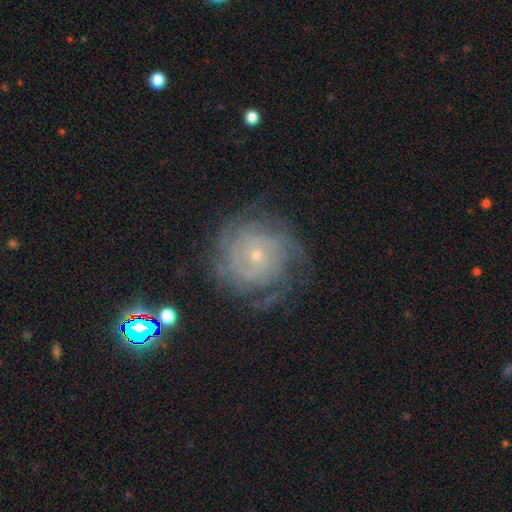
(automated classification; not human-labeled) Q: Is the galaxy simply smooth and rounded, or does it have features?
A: featured or disk — 79%.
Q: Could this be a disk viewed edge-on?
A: no — 97%.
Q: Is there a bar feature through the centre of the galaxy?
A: no — 79%.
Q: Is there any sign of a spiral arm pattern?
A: yes — 92%.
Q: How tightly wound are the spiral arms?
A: tight — 74%.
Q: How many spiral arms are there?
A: can't tell — 44%.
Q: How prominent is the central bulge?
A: small — 80%.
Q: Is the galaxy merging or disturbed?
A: none — 72%.